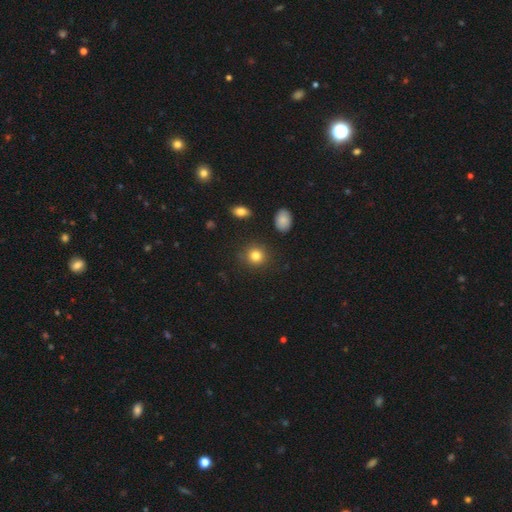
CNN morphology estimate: Q: Smooth or featured?
A: smooth (82%); runner-up: star or artifact (11%)
Q: How rounded?
A: round (87%); runner-up: in between (12%)
Q: Merging?
A: none (88%); runner-up: minor disturbance (8%)